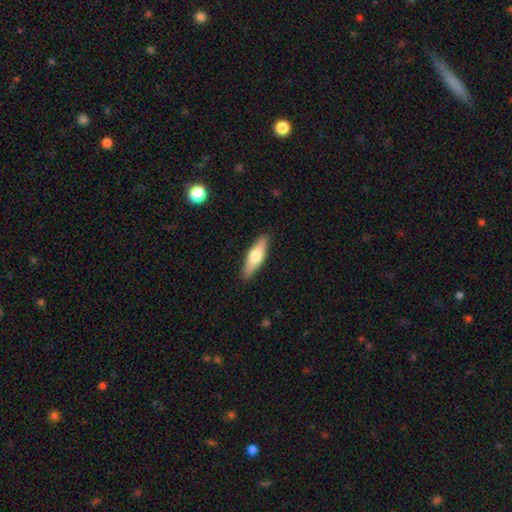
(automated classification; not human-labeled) smooth 60%, featured or disk 34%, star or artifact 5%. Down the decision tree: how rounded — cigar-shaped (61%); merging — none (90%).